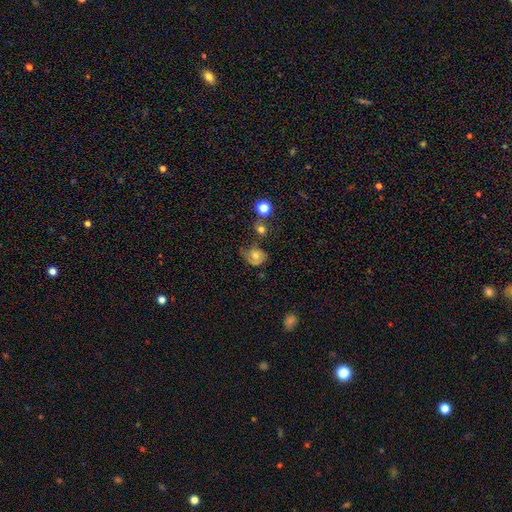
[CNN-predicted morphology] Overall: smooth (51%; featured or disk 39%). How rounded: round (59%; in between 39%). Merging: none (37%; minor disturbance 31%).